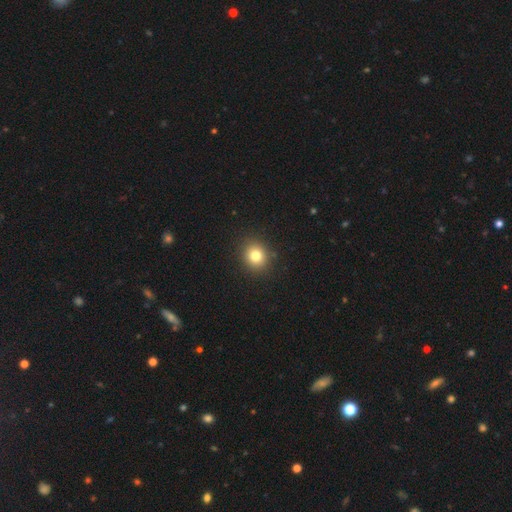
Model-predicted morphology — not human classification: Smooth or featured: smooth — 80% (star or artifact — 12%)
How rounded: round — 80% (in between — 19%)
Merging: none — 90% (minor disturbance — 7%)